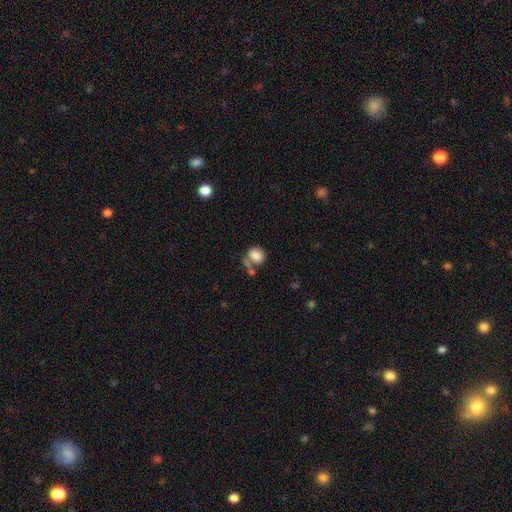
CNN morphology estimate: A smooth galaxy with no disk features (79%) that is round (51%). Merging: none (45%).